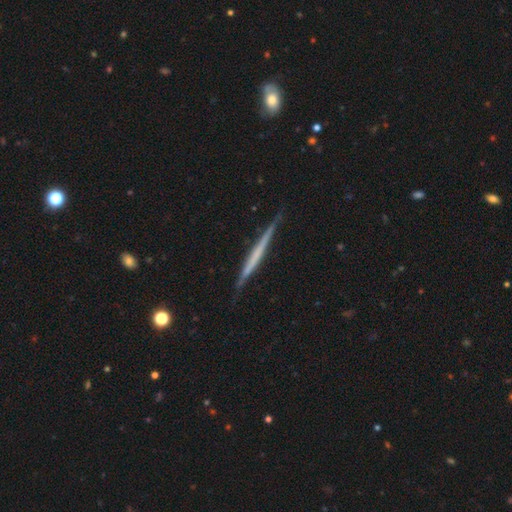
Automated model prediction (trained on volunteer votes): Smooth or featured? featured or disk (61%)
Edge-on disk? yes (98%)
Edge-on bulge? none (87%)
Merging? none (88%)